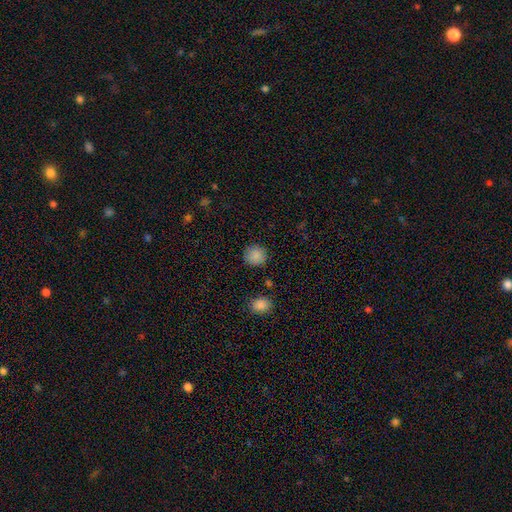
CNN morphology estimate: This appears to be a smooth galaxy with no disk features (87%) that is round (92%). Merging: none (87%).